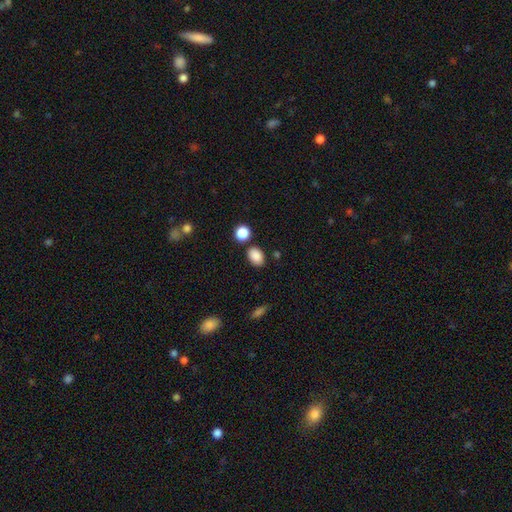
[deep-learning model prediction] Q: Smooth or featured?
A: smooth (87%); runner-up: star or artifact (9%)
Q: How rounded?
A: in between (77%); runner-up: round (22%)
Q: Merging?
A: none (80%); runner-up: minor disturbance (11%)